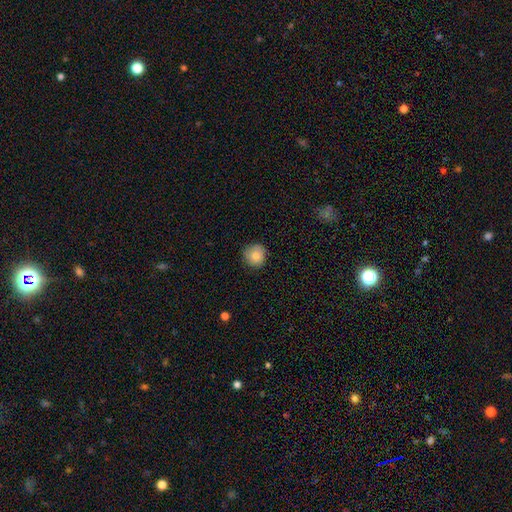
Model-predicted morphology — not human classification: smooth 83%, featured or disk 8%, star or artifact 8%. Down the decision tree: how rounded — round (93%); merging — none (83%).